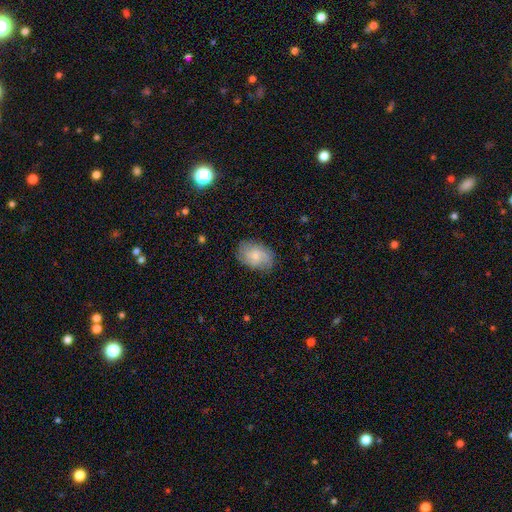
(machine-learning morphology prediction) Smooth or featured? Predicted: smooth (p=0.54). How rounded? Predicted: in between (p=0.81). Merging? Predicted: none (p=0.72).